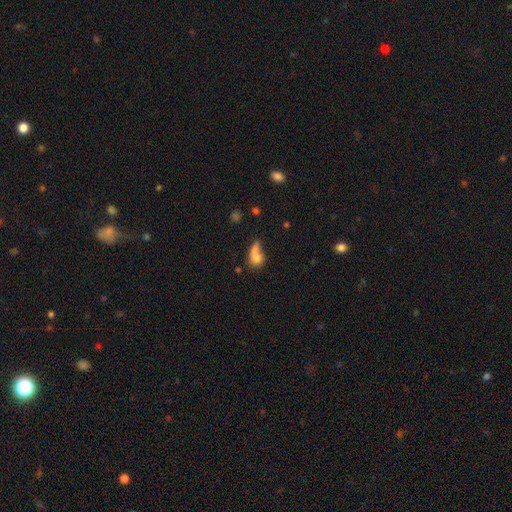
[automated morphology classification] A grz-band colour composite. It shows a smooth galaxy with no disk features (70%) that is in between round and cigar-shaped (57%). Merging: merger (38%).